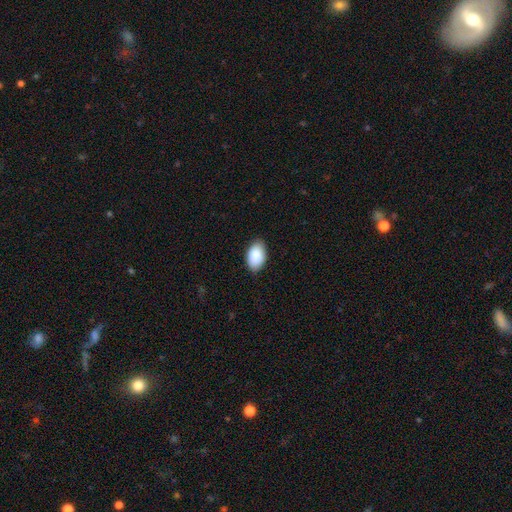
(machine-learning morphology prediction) smooth-or-featured: smooth: 90% | star or artifact: 6% | featured or disk: 4%
  how-rounded: in between: 94% | round: 5% | cigar-shaped: 1%
  merging: none: 84% | minor disturbance: 13% | major disturbance: 2% | merger: 1%